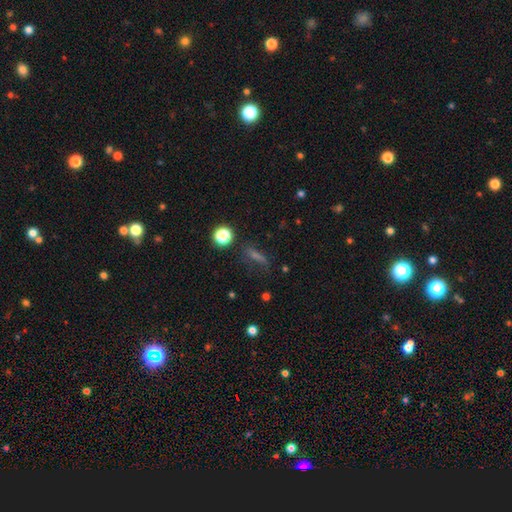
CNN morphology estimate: Smooth or featured? smooth (54%)
How rounded? cigar-shaped (58%)
Merging? none (68%)